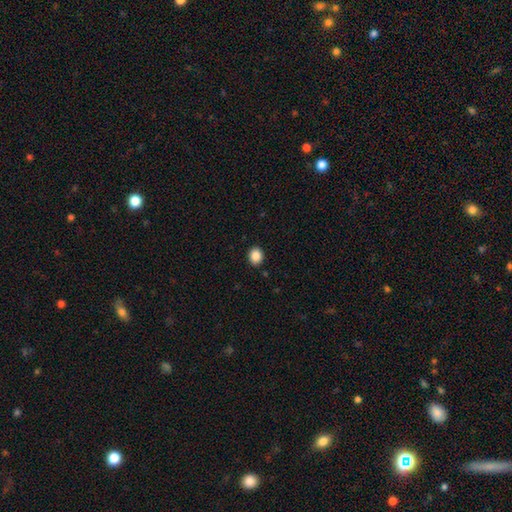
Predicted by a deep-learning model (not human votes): The model was most divided on "how rounded": round: 63%, in between: 37%, cigar-shaped: 1%. More confident: merging — none (90%); smooth or featured — smooth (88%).